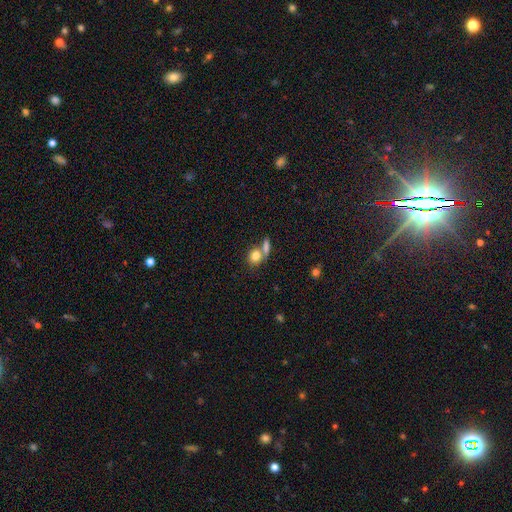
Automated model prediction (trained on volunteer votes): This is clearly a smooth galaxy (81%). How rounded: likely round (65%). Merging: possibly none (46%).